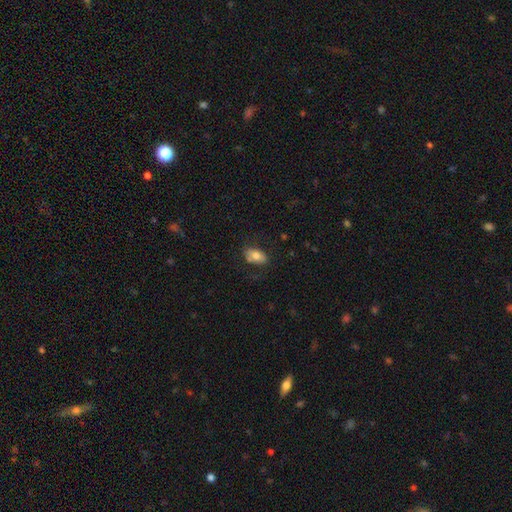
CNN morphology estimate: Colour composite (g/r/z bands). It shows a smooth galaxy with no disk features (75%) that is in between round and cigar-shaped (91%). Merging: none (72%).